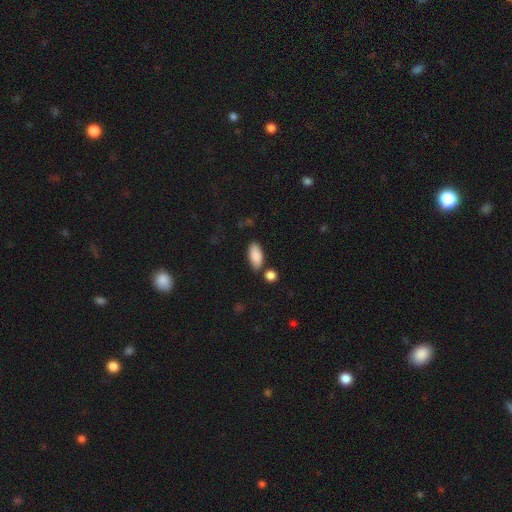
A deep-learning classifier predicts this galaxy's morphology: Smooth or featured? smooth (88%)
How rounded? in between (90%)
Merging? none (74%)